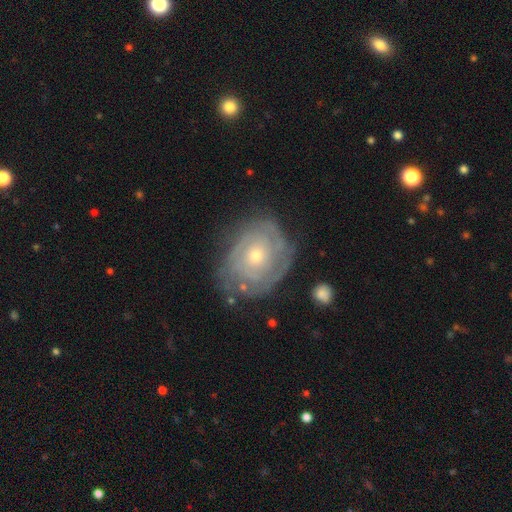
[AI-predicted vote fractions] Q: Smooth or featured?
A: featured or disk (79%); runner-up: smooth (15%)
Q: Edge-on disk?
A: no (97%); runner-up: yes (3%)
Q: Bar?
A: no (81%); runner-up: weak (16%)
Q: Spiral arms?
A: yes (87%); runner-up: no (13%)
Q: Spiral winding?
A: tight (76%); runner-up: medium (19%)
Q: Spiral arm count?
A: can't tell (49%); runner-up: 2 (20%)
Q: Bulge size?
A: moderate (49%); runner-up: small (47%)
Q: Merging?
A: none (71%); runner-up: minor disturbance (20%)